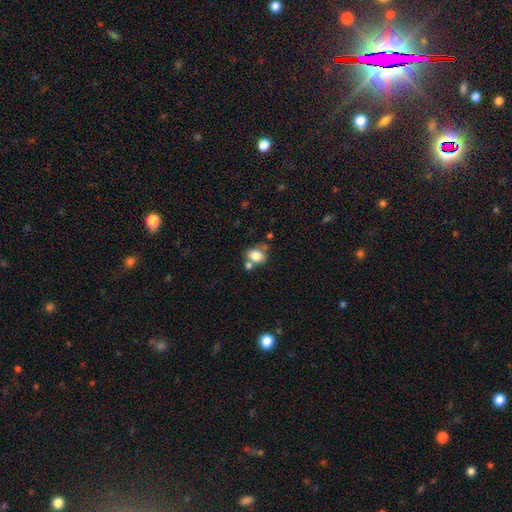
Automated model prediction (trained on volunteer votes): Overall: smooth (77%). How rounded: in between (64%; round 34%). Merging: none (49%; merger 30%).